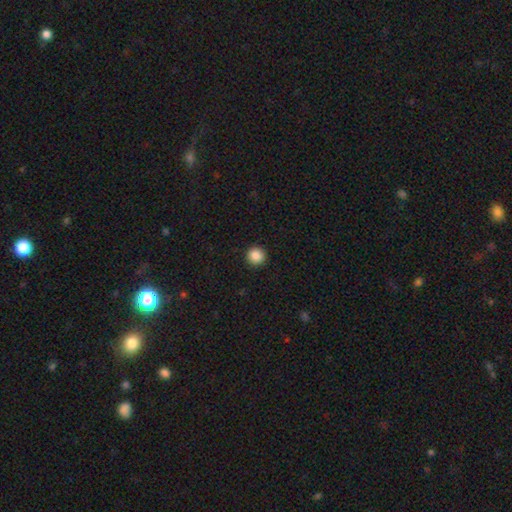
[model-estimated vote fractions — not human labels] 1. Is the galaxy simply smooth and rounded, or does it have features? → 88% smooth, 10% star or artifact, 3% featured or disk.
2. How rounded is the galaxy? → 95% round, 4% in between, 1% cigar-shaped.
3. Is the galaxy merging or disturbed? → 93% none, 5% minor disturbance, 2% major disturbance, 1% merger.